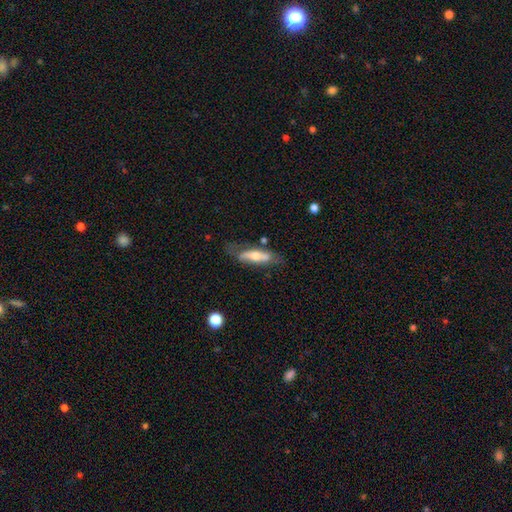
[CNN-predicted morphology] A featured or disk galaxy (48%). Merging: none (55%).